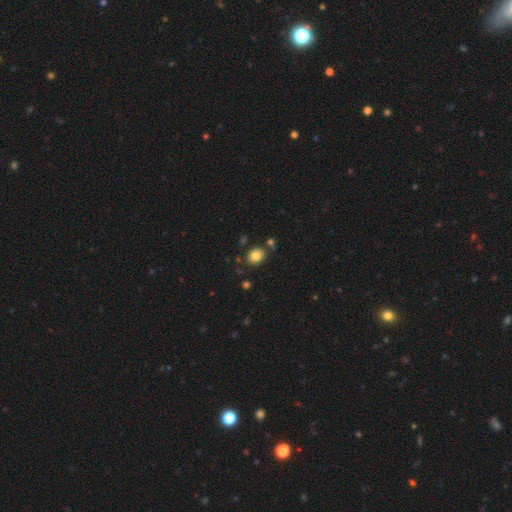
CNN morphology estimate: Smooth or featured?
  - smooth: 84% *
  - star or artifact: 10%
  - featured or disk: 6%
How rounded?
  - round: 52% *
  - in between: 47%
  - cigar-shaped: 1%
Merging?
  - none: 78% *
  - minor disturbance: 11%
  - merger: 8%
  - major disturbance: 3%